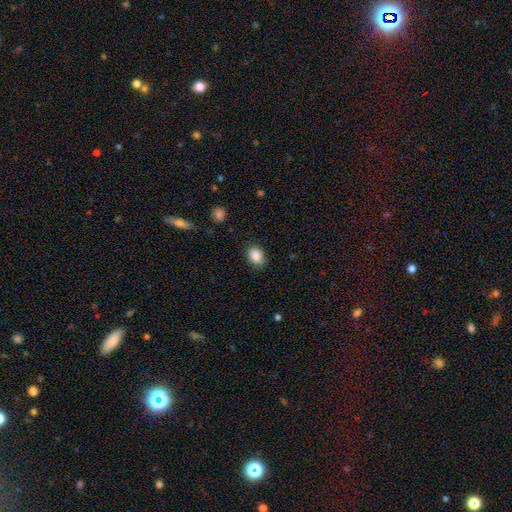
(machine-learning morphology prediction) A smooth galaxy with no disk features (87%) that is in between round and cigar-shaped (61%). Merging: none (84%).